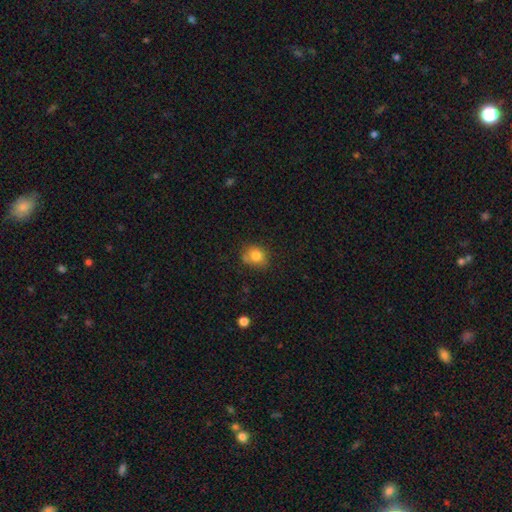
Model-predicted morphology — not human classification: This is clearly a smooth galaxy (80%). How rounded: likely round (66%). Merging: likely none (66%).